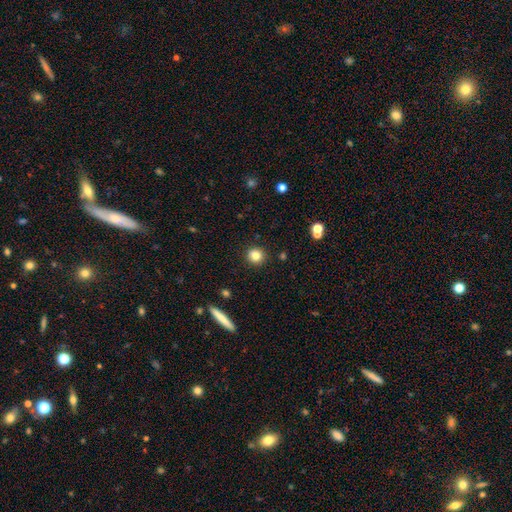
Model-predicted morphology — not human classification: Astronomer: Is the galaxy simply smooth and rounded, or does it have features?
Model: smooth — 82%.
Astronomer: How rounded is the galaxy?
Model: round — 91%.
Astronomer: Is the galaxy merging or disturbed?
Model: none — 91%.